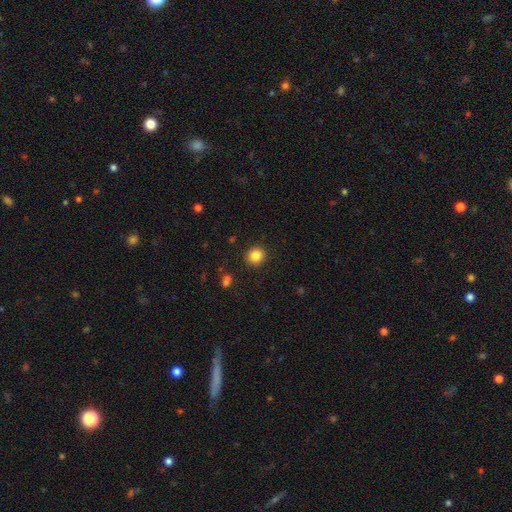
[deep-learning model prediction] smooth 84%, star or artifact 11%, featured or disk 5%. Down the decision tree: how rounded — round (85%); merging — none (90%).